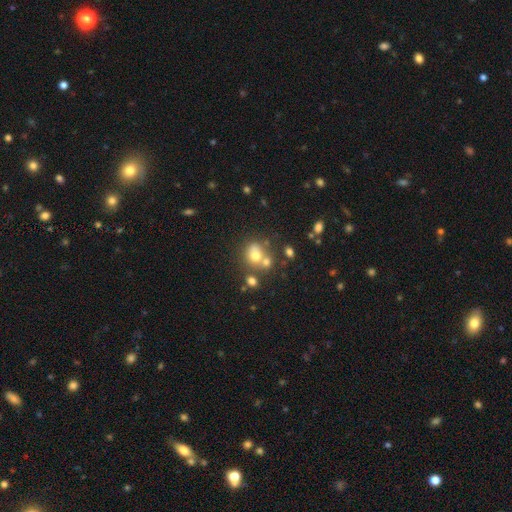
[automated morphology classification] smooth_or_featured: smooth (p=0.67) [alt: featured or disk p=0.19]
how_rounded: round (p=0.71) [alt: in between p=0.28]
merging: none (p=0.45) [alt: merger p=0.38]